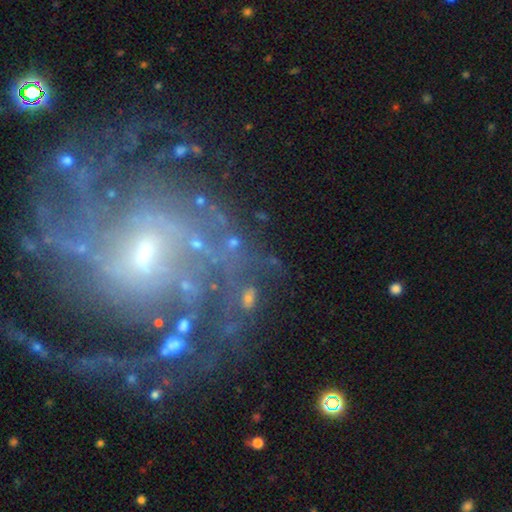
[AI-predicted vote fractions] smooth_or_featured: featured or disk (p=0.84) [alt: star or artifact p=0.10]
disk_edge_on: no (p=0.98) [alt: yes p=0.02]
bar: weak (p=0.47) [alt: no p=0.38]
has_spiral_arms: yes (p=0.93) [alt: no p=0.07]
spiral_winding: medium (p=0.41) [tied with: tight p=0.41]
spiral_arm_count: can't tell (p=0.29) [alt: 2 p=0.24]
bulge_size: small (p=0.61) [alt: moderate p=0.31]
merging: none (p=0.64) [alt: major disturbance p=0.17]